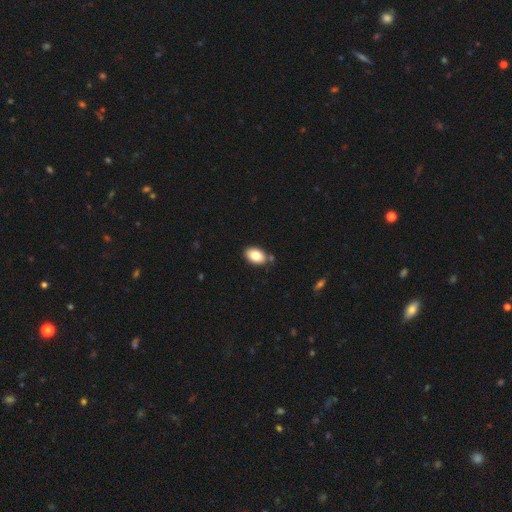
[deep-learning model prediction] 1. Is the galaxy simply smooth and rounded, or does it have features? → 83% smooth, 10% featured or disk, 8% star or artifact.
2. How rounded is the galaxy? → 89% in between, 9% round, 1% cigar-shaped.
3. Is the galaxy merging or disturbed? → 80% none, 12% minor disturbance, 5% merger, 3% major disturbance.